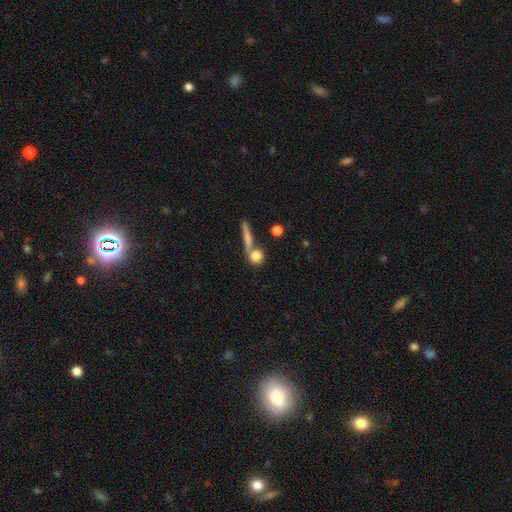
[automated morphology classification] The model was most divided on "merging": none: 59%, merger: 26%, minor disturbance: 10%, major disturbance: 5%. More confident: smooth or featured — smooth (77%); how rounded — round (74%).